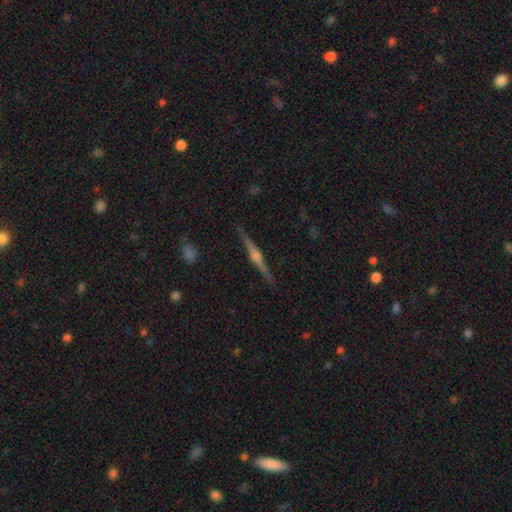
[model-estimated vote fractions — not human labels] A featured or disk galaxy (85%) viewed edge-on (98%) with a rounded central bulge (85%).

Vote fractions:
- Smooth or featured? featured or disk: 85% / smooth: 9% / star or artifact: 7%
- Edge-on disk? yes: 98% / no: 2%
- Edge-on bulge? rounded: 85% / boxy: 10% / none: 5%
- Merging? none: 91% / minor disturbance: 6% / major disturbance: 1% / merger: 1%